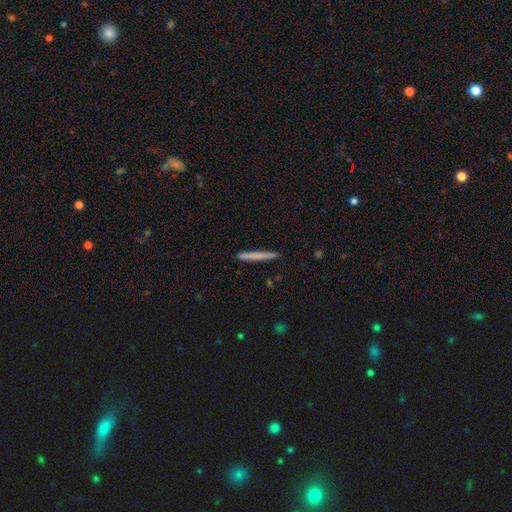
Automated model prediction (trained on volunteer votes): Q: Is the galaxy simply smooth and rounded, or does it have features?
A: smooth — 70%.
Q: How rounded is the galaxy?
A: cigar-shaped — 97%.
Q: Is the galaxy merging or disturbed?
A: none — 90%.